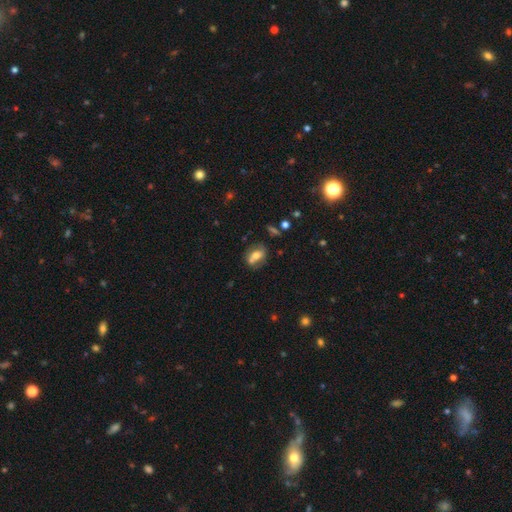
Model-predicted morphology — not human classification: type=smooth (52%); roundness=in between (73%); merging=none (57%).